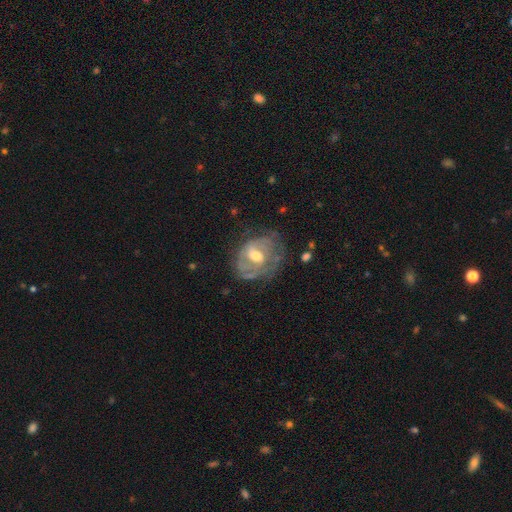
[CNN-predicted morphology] Overall: featured or disk (75%). Edge-on disk: no (97%). Bar: weak (49%; no 38%). Spiral arms: yes (73%). Spiral arm count: can't tell (43%; 2 32%). Spiral winding: tight (50%; medium 35%). Bulge size: moderate (70%). Merging: none (54%; minor disturbance 26%).